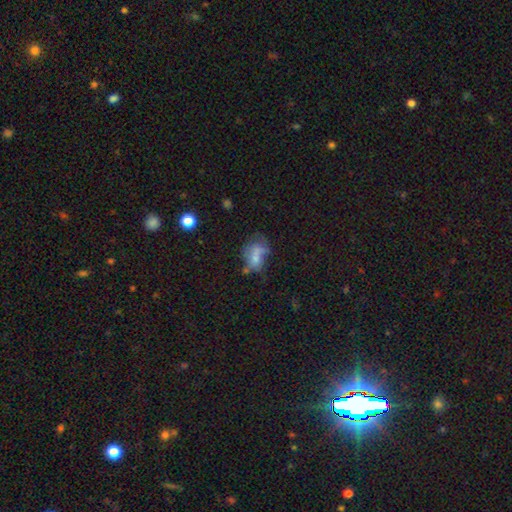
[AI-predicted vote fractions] A smooth galaxy with no disk features (54%) that is in between round and cigar-shaped (76%).

Vote fractions:
- Smooth or featured? smooth: 54% / featured or disk: 34% / star or artifact: 13%
- How rounded? in between: 76% / round: 22% / cigar-shaped: 2%
- Merging? major disturbance: 33% / none: 27% / minor disturbance: 25% / merger: 16%